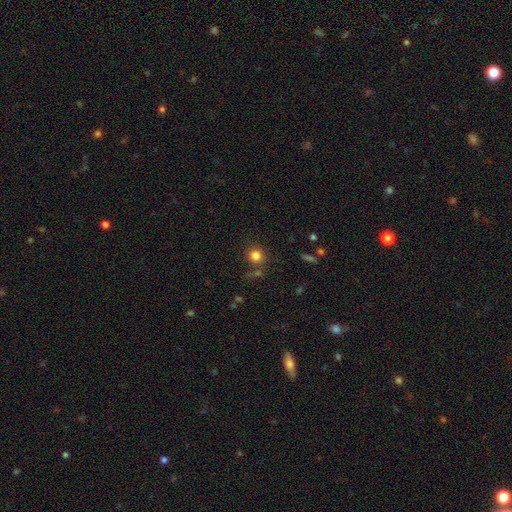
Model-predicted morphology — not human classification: Smooth or featured: smooth — 82% (star or artifact — 12%)
How rounded: round — 86% (in between — 13%)
Merging: none — 76% (minor disturbance — 11%)